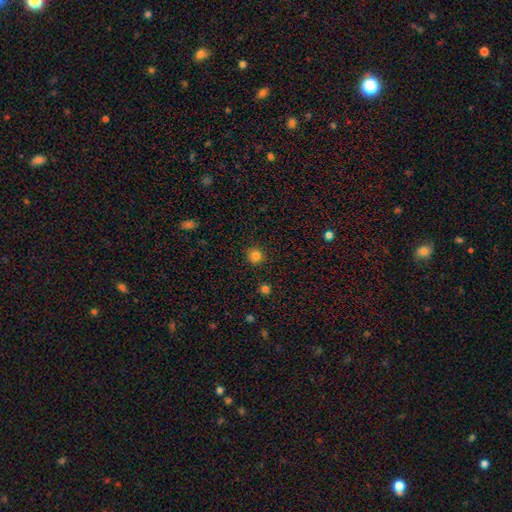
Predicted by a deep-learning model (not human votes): Smooth or featured? smooth (83%)
How rounded? round (92%)
Merging? none (91%)